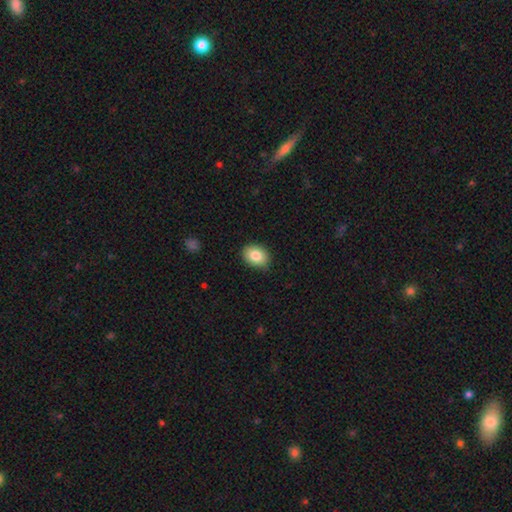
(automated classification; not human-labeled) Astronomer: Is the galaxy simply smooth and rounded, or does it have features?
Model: smooth — 84%.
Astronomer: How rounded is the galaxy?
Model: in between — 67%.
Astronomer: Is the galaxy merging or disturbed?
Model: none — 87%.